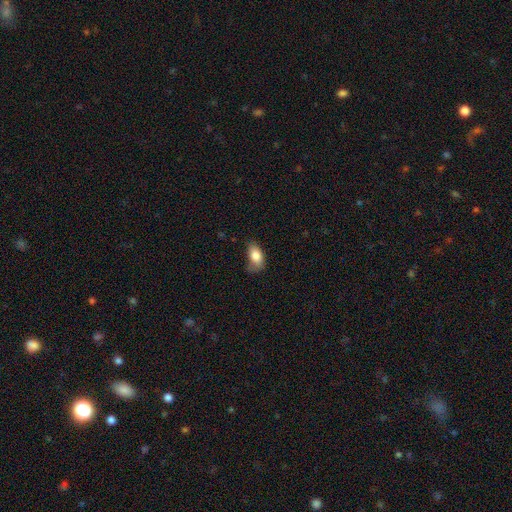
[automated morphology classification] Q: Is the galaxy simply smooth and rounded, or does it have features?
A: smooth — 82%.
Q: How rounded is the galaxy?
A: in between — 90%.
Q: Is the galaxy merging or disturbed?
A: none — 47%.